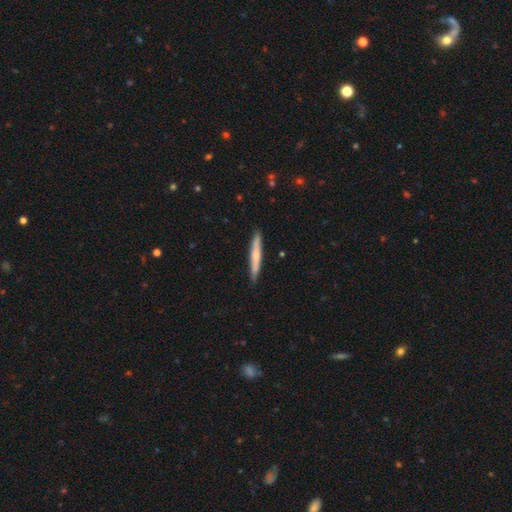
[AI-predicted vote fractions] Overall: smooth (59%; featured or disk 36%). How rounded: cigar-shaped (95%). Merging: none (89%).